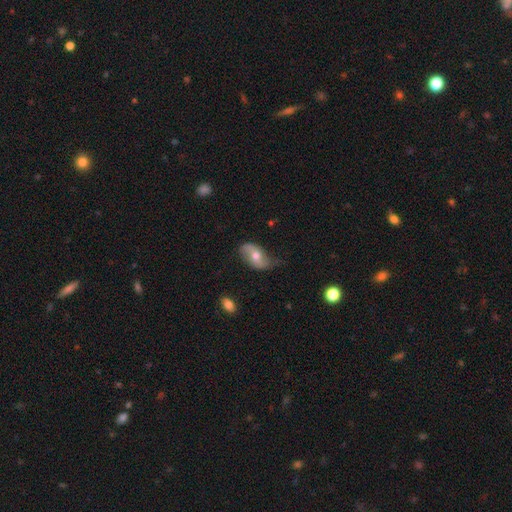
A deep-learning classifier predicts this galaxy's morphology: Q: Smooth or featured?
A: featured or disk (56%); runner-up: smooth (38%)
Q: Edge-on disk?
A: no (92%); runner-up: yes (8%)
Q: Bar?
A: no (55%); runner-up: weak (31%)
Q: Spiral arms?
A: yes (78%); runner-up: no (22%)
Q: Bulge size?
A: moderate (70%); runner-up: small (23%)
Q: Merging?
A: none (58%); runner-up: minor disturbance (30%)